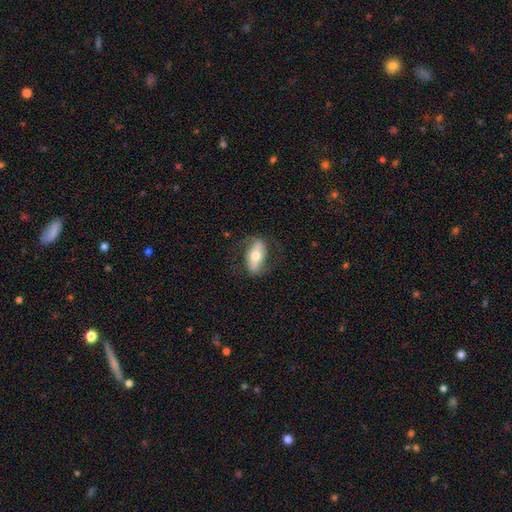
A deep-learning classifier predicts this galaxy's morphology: Smooth or featured? featured or disk (50%)
Merging? none (74%)